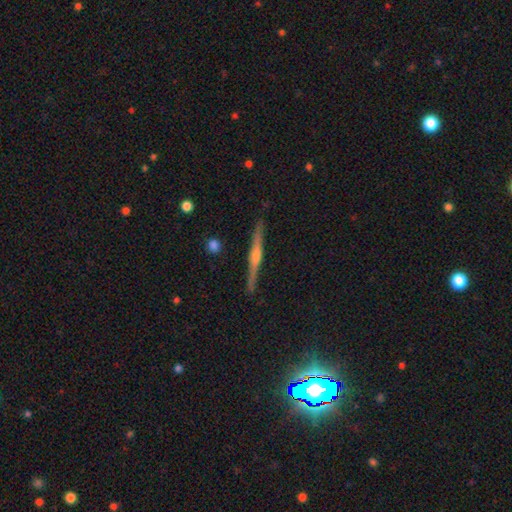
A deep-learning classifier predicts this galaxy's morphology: type=featured or disk (77%); edge-on=yes (98%); edge-on bulge=rounded (82%); merging=none (90%).